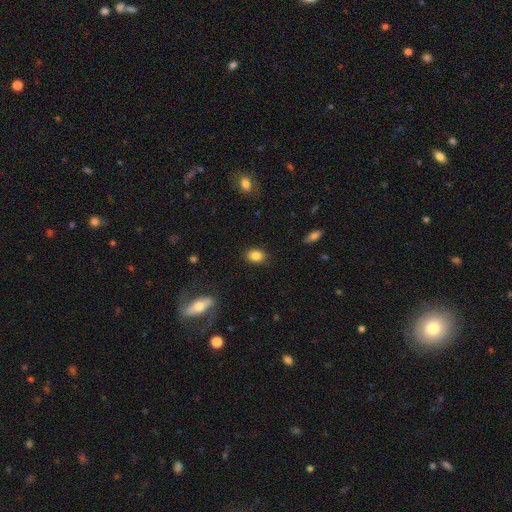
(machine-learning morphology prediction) Smooth or featured: smooth — 85% (star or artifact — 9%)
How rounded: in between — 75% (round — 24%)
Merging: none — 84% (minor disturbance — 12%)